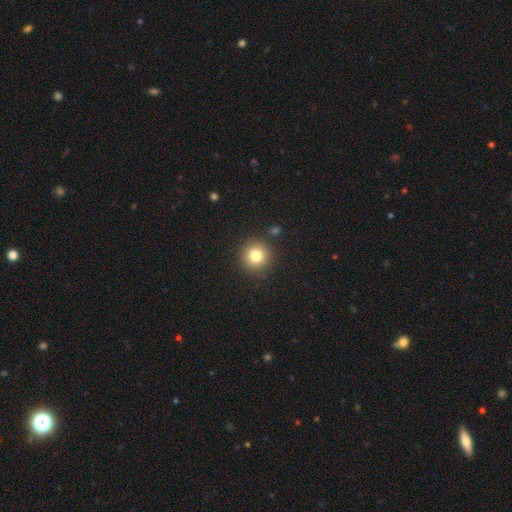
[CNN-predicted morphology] smooth 80%, star or artifact 12%, featured or disk 8%. Down the decision tree: how rounded — round (94%); merging — none (87%).